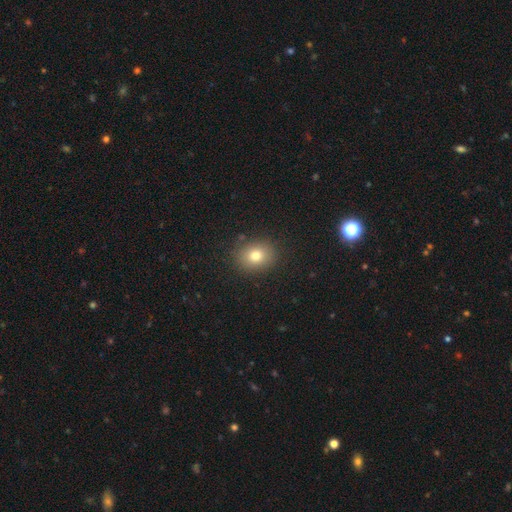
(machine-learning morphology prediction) Smooth or featured? smooth (78%)
How rounded? round (57%)
Merging? none (87%)